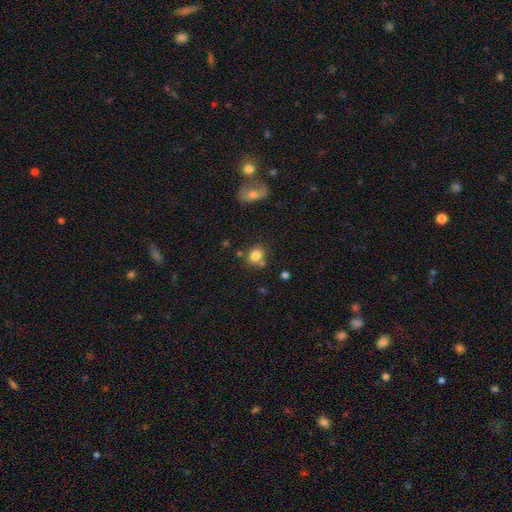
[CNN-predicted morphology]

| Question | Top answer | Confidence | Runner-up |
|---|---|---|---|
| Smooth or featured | smooth | 82% | star or artifact (11%) |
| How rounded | round | 59% | in between (40%) |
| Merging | none | 66% | merger (16%) |